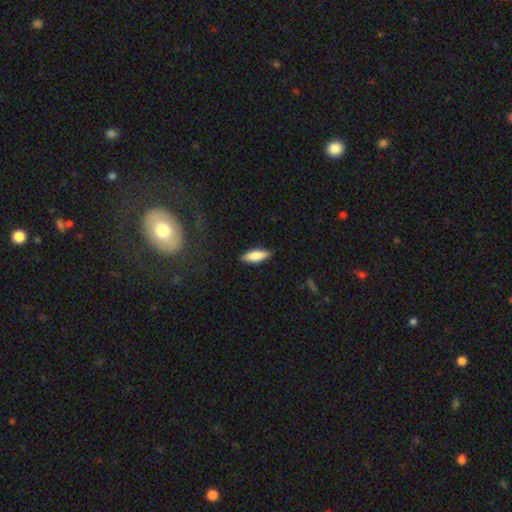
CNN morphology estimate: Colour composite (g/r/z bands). It shows a smooth galaxy with no disk features (76%) that is in between round and cigar-shaped (56%). Merging: none (87%).